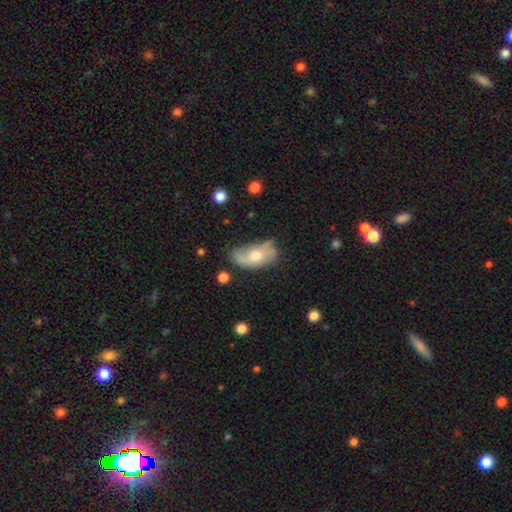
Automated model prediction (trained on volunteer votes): Overall: featured or disk (46%, tied with smooth). Merging: none (48%; minor disturbance 33%).